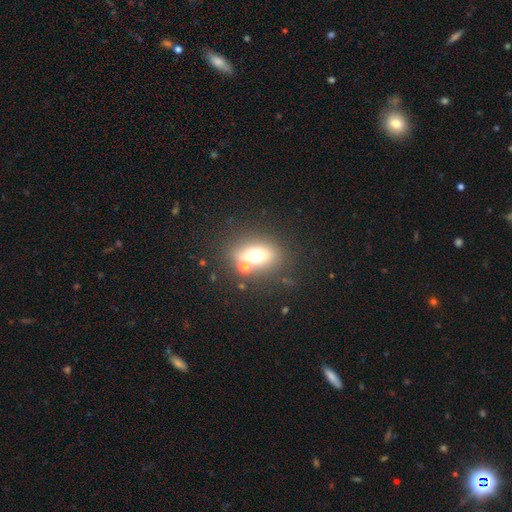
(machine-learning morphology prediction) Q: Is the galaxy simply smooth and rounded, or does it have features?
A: smooth — 56%.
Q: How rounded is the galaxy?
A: in between — 57%.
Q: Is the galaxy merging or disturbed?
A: none — 65%.